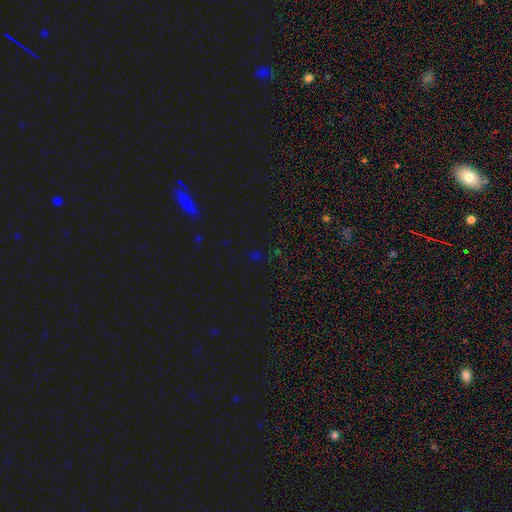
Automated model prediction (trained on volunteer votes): smooth-or-featured: star or artifact: 66% | smooth: 27% | featured or disk: 7%